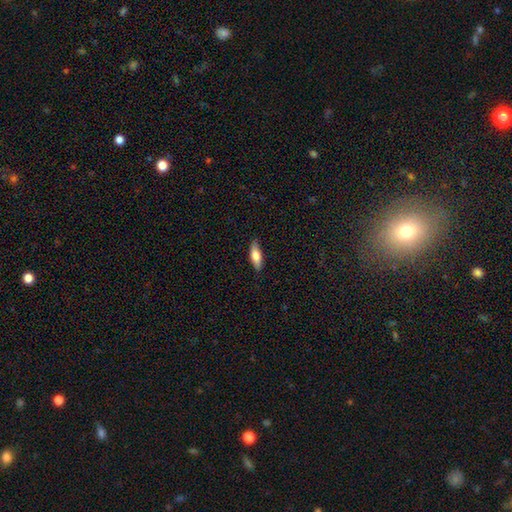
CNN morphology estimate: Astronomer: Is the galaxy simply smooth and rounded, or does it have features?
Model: smooth — 71%.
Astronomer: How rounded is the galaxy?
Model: in between — 57% (runner-up: cigar-shaped, 40%).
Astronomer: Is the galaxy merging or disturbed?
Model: none — 84%.